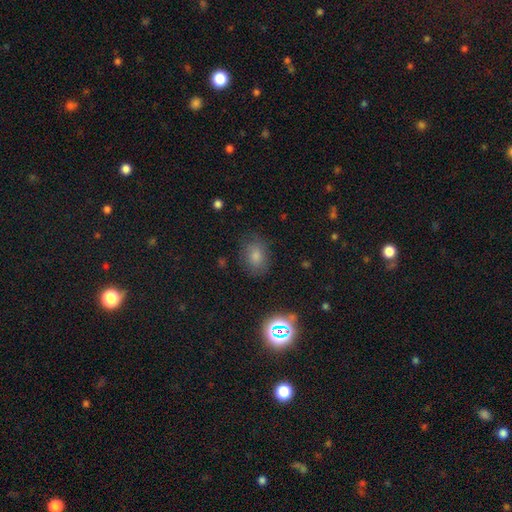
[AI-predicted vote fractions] Overall: smooth (75%). How rounded: in between (65%; round 33%). Merging: none (77%).